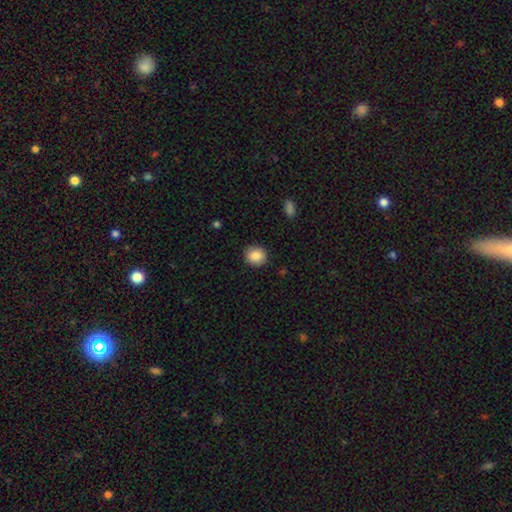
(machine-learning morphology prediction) Smooth or featured? Predicted: smooth (p=0.87). How rounded? Predicted: round (p=0.84). Merging? Predicted: none (p=0.90).